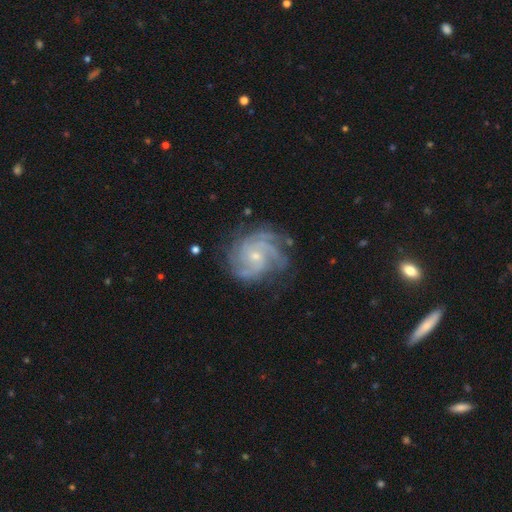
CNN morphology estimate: A featured or disk galaxy (90%) with no bar (67%), 3 (29%) tight (61%) spiral arms (98%) and a small central bulge (71%).

Vote fractions:
- Smooth or featured? featured or disk: 90% / star or artifact: 6% / smooth: 5%
- Edge-on disk? no: 98% / yes: 2%
- Bar? no: 67% / weak: 27% / strong: 5%
- Spiral arms? yes: 98% / no: 2%
- Spiral winding? tight: 61% / medium: 33% / loose: 5%
- Spiral arm count? 3: 29% / 4: 27% / can't tell: 17% / 2: 13% / more than 4: 8% / 1: 7%
- Bulge size? small: 71% / moderate: 25% / none: 2% / large: 1% / dominant: 1%
- Merging? none: 74% / minor disturbance: 17% / major disturbance: 7% / merger: 2%